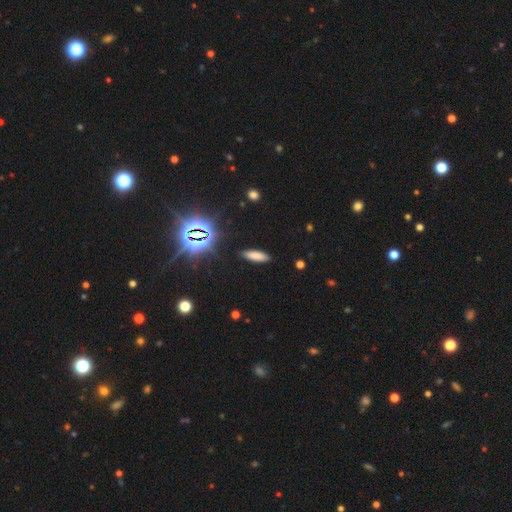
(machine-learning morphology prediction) type=smooth (74%); roundness=cigar-shaped (49%, tied with in between); merging=none (89%).